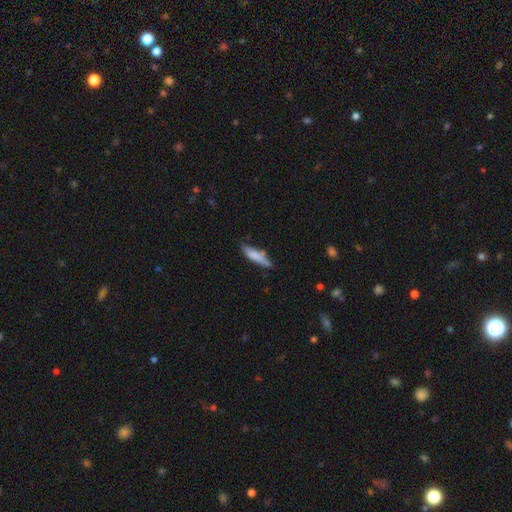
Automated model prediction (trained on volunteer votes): This appears to be a smooth galaxy with no disk features (76%) that is cigar-shaped (76%). Merging: none (65%).